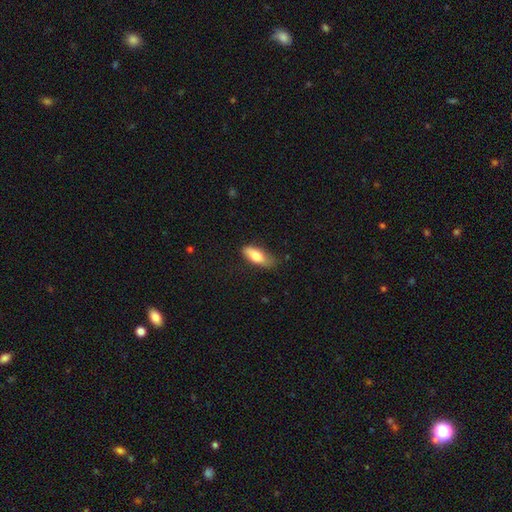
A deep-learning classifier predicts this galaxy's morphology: Smooth or featured? smooth (77%)
How rounded? in between (71%)
Merging? none (66%)